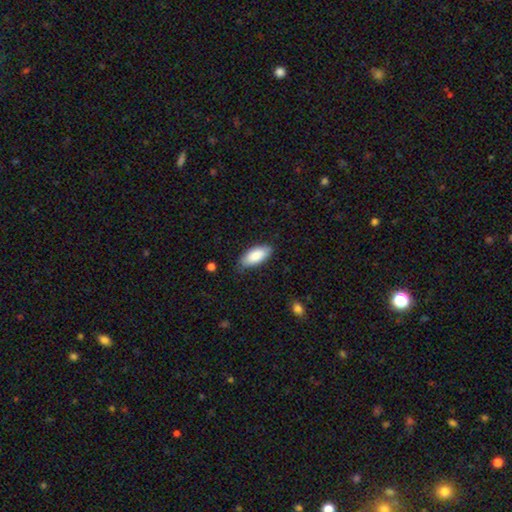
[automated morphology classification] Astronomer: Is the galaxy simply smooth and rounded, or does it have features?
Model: smooth — 87%.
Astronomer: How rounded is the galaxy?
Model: in between — 89%.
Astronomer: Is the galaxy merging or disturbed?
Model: none — 79%.